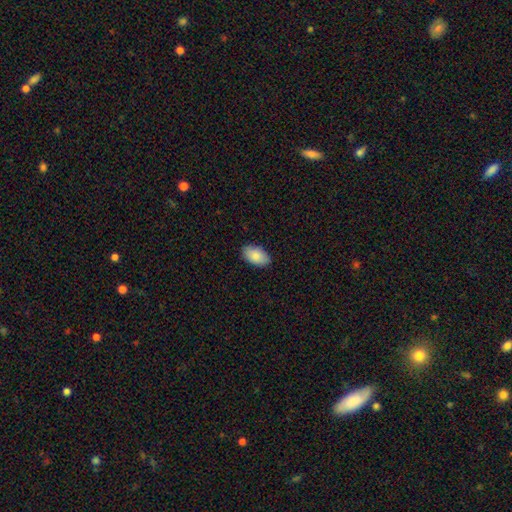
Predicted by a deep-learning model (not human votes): Smooth or featured? smooth (87%)
How rounded? in between (94%)
Merging? none (87%)